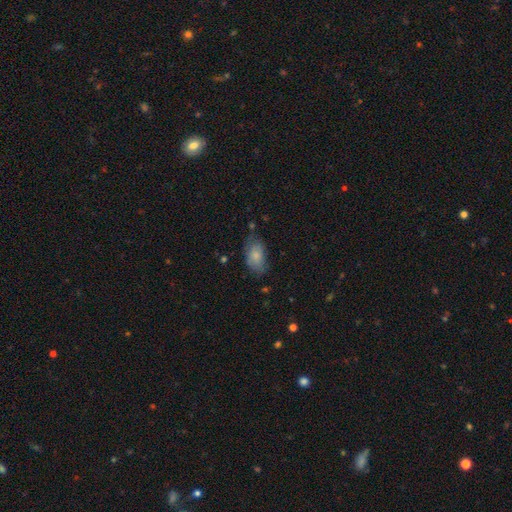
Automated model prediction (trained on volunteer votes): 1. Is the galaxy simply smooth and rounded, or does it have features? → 81% smooth, 12% featured or disk, 7% star or artifact.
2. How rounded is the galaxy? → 92% in between, 6% round, 2% cigar-shaped.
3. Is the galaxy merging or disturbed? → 62% none, 27% minor disturbance, 8% major disturbance, 2% merger.